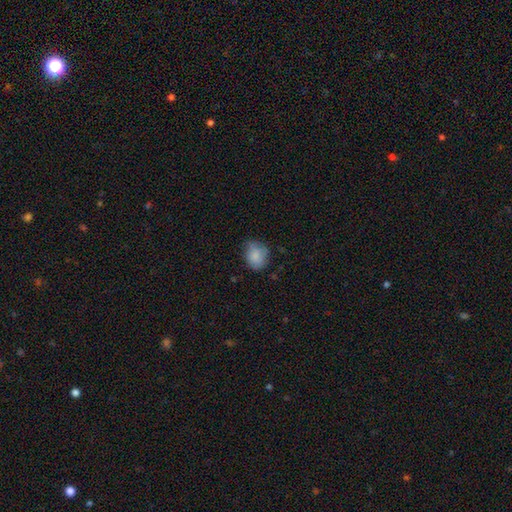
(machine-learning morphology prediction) smooth_or_featured: smooth (p=0.83) [alt: featured or disk p=0.09]
how_rounded: round (p=0.57) [alt: in between p=0.42]
merging: none (p=0.62) [alt: minor disturbance p=0.29]